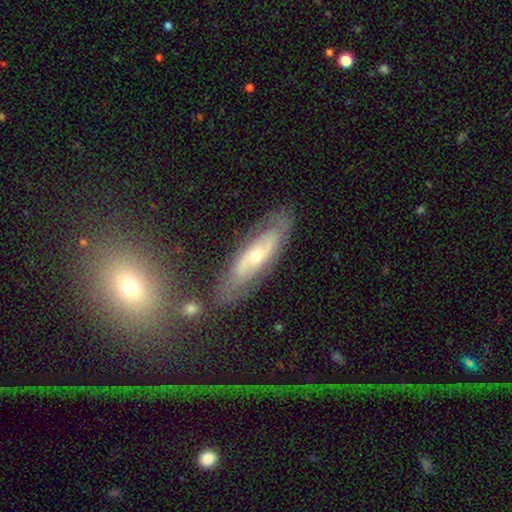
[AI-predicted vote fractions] The model was most divided on "edge-on disk": no: 68%, yes: 32%. More confident: merging — none (75%); smooth or featured — featured or disk (65%).